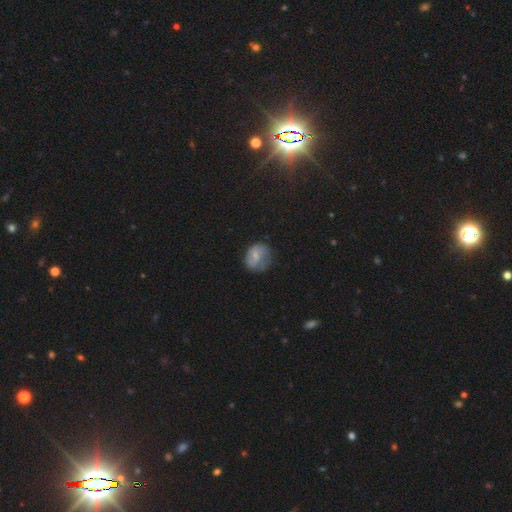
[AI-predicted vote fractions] Overall: smooth (53%; featured or disk 37%). How rounded: round (58%; in between 40%). Merging: none (51%; minor disturbance 30%).